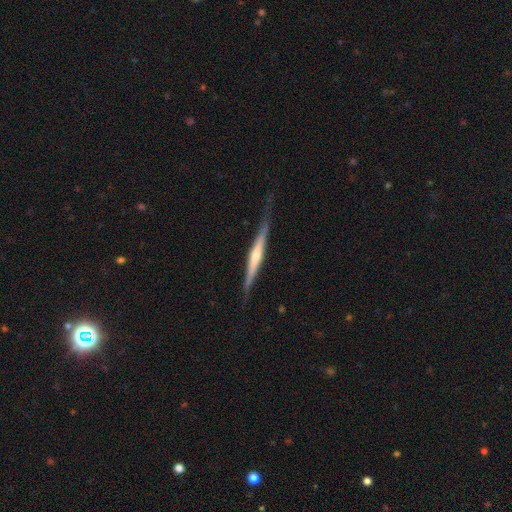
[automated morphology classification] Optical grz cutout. It shows a featured or disk galaxy (74%) viewed edge-on (97%) with a rounded central bulge (67%). Merging: none (75%).